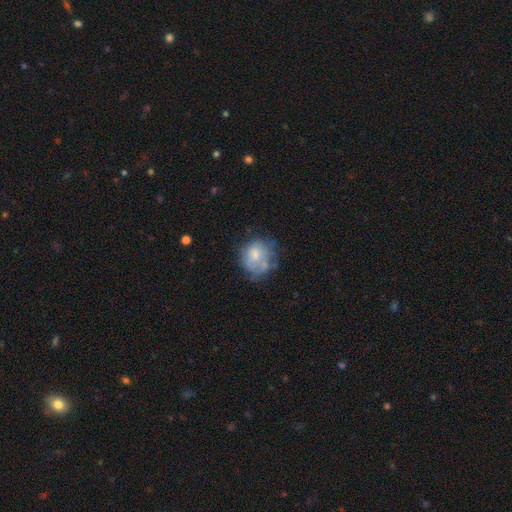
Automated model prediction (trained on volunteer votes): Smooth or featured? smooth (53%)
How rounded? round (73%)
Merging? none (45%)